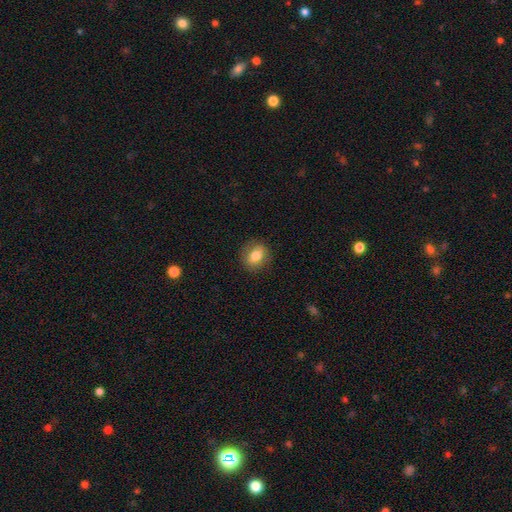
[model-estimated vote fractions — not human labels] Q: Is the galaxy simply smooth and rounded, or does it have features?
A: smooth — 75%.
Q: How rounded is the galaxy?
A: round — 50%.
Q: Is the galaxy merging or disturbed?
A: none — 86%.